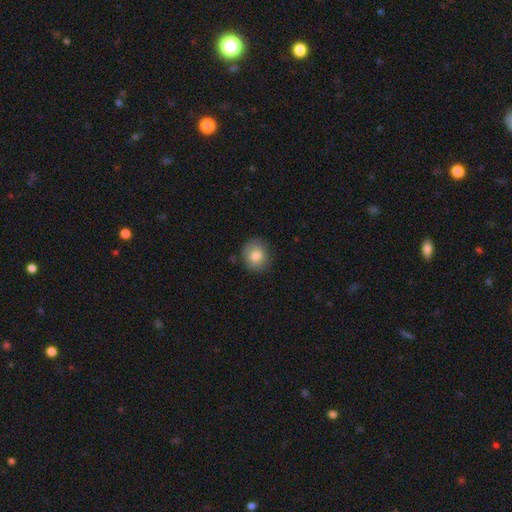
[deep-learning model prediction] Smooth or featured? smooth (82%)
How rounded? round (78%)
Merging? none (83%)